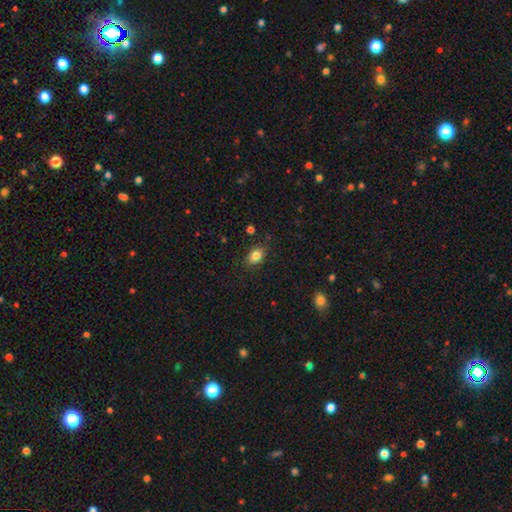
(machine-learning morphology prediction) Smooth or featured? Predicted: smooth (p=0.83). How rounded? Predicted: in between (p=0.73). Merging? Predicted: none (p=0.83).